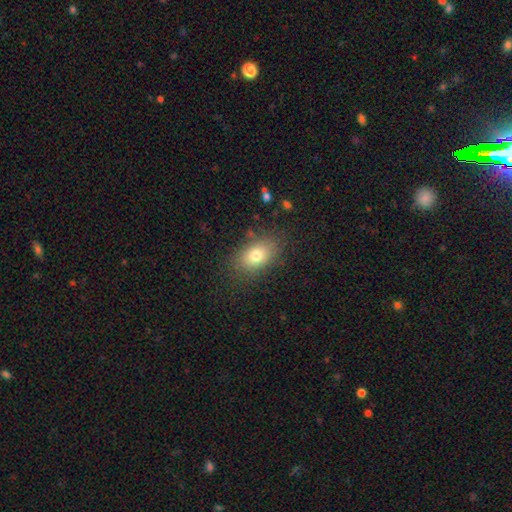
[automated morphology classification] The model was most divided on "smooth or featured": smooth: 77%, featured or disk: 13%, star or artifact: 10%. More confident: how rounded — in between (85%); merging — none (82%).